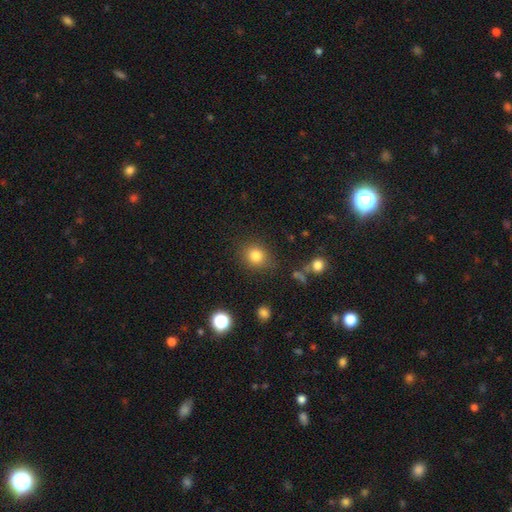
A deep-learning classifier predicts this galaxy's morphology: Smooth or featured? Predicted: smooth (p=0.82). How rounded? Predicted: round (p=0.75). Merging? Predicted: none (p=0.84).